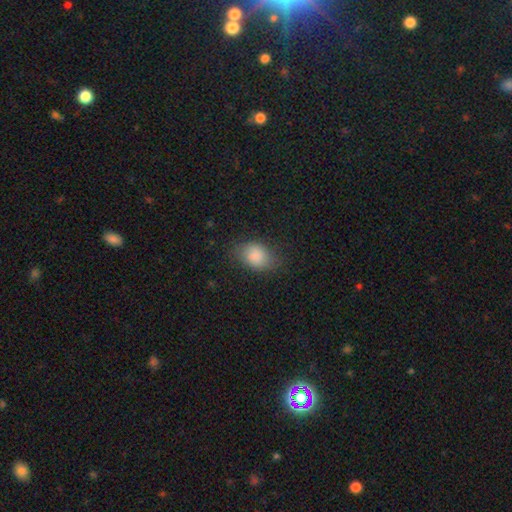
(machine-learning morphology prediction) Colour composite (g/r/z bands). It shows a smooth galaxy with no disk features (85%) that is in between round and cigar-shaped (73%). Merging: none (69%).